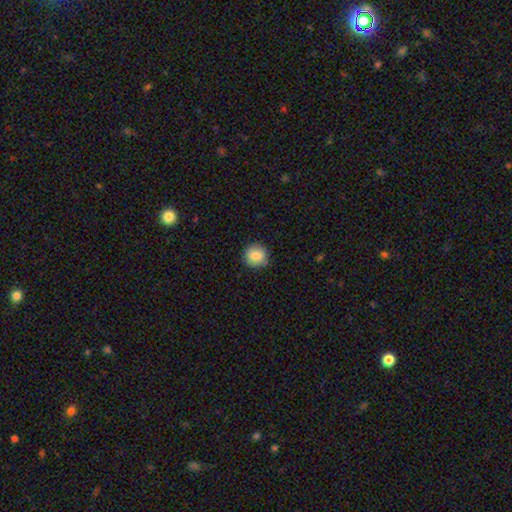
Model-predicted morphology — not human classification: smooth-or-featured: smooth: 85% | star or artifact: 8% | featured or disk: 7%
  how-rounded: round: 90% | in between: 9% | cigar-shaped: 1%
  merging: none: 87% | minor disturbance: 10% | major disturbance: 2% | merger: 1%